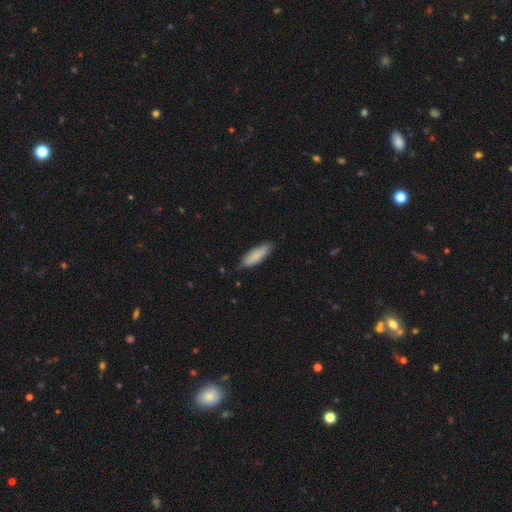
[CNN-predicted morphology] Overall: smooth (84%). How rounded: in between (57%; cigar-shaped 41%). Merging: none (80%).